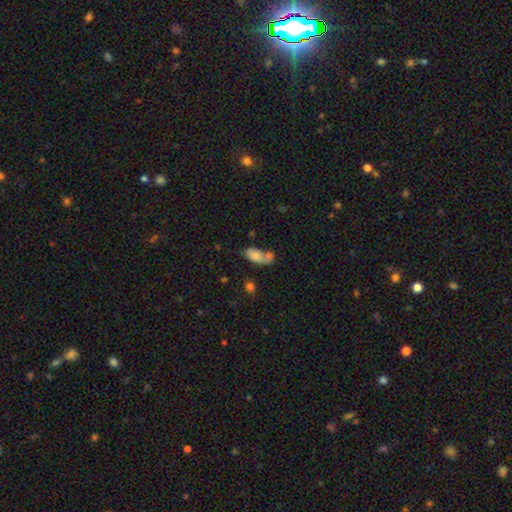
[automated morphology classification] Overall: smooth (74%). How rounded: in between (87%). Merging: merger (47%; none 26%).